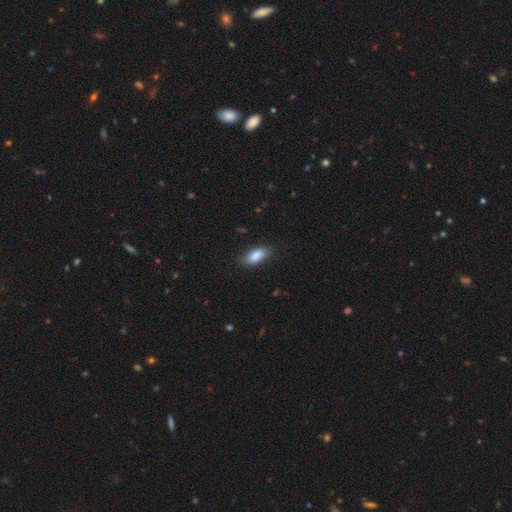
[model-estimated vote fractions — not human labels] Overall: smooth (86%). How rounded: in between (87%). Merging: none (83%).